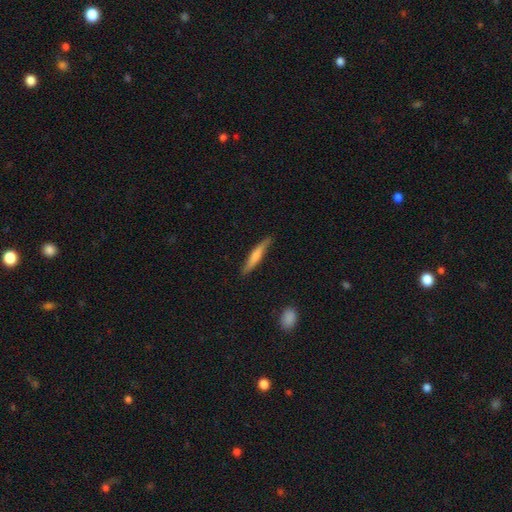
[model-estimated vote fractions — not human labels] This is likely a smooth galaxy (64%). How rounded: clearly cigar-shaped (92%). Merging: clearly none (81%).